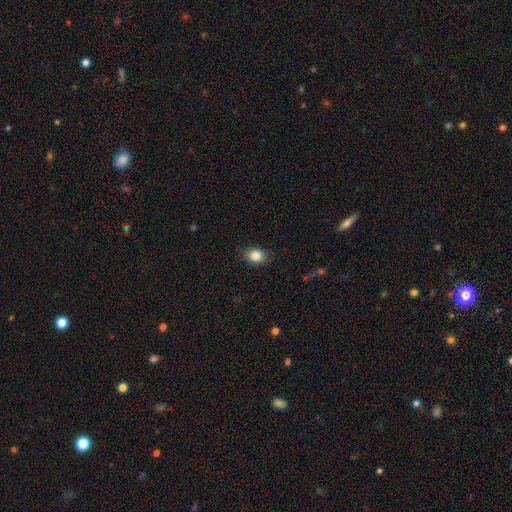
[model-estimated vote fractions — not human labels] Smooth or featured: smooth — 85% (star or artifact — 9%)
How rounded: in between — 53% (round — 46%)
Merging: none — 86% (minor disturbance — 10%)